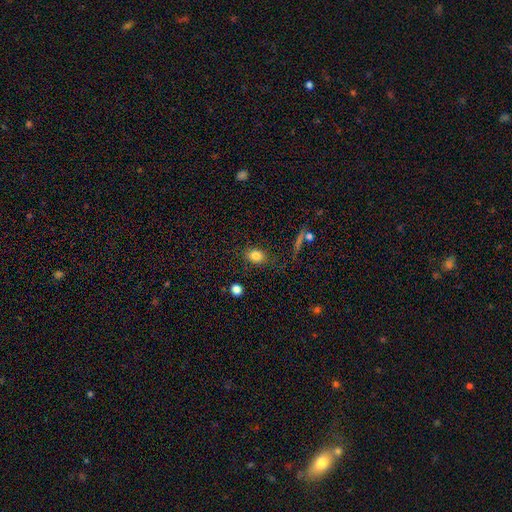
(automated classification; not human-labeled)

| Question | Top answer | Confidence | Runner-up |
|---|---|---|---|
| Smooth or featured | smooth | 83% | star or artifact (10%) |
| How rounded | in between | 59% | round (39%) |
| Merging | none | 81% | minor disturbance (12%) |